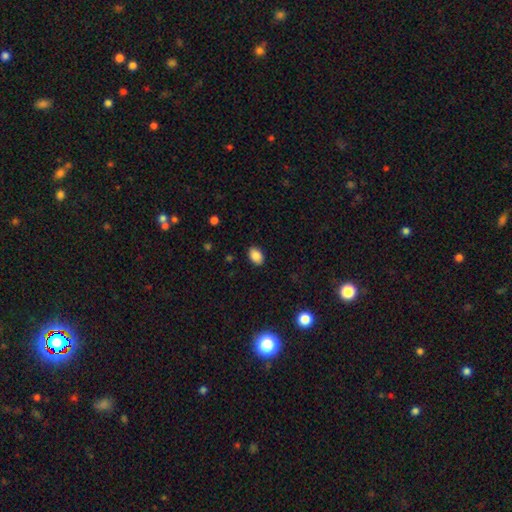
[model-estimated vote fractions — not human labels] Smooth or featured? smooth (87%)
How rounded? in between (83%)
Merging? none (88%)